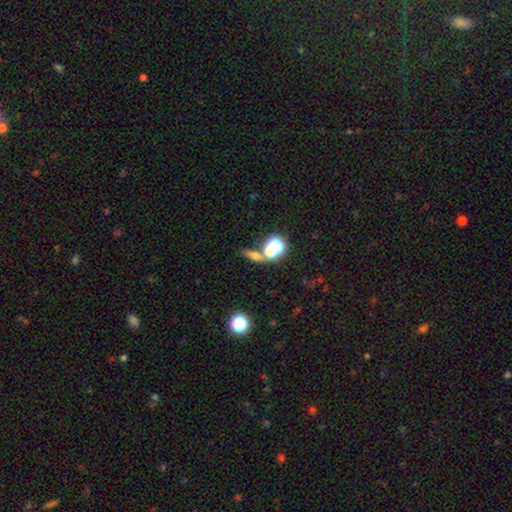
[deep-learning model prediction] Q: Smooth or featured?
A: smooth (52%); runner-up: star or artifact (25%)
Q: How rounded?
A: in between (39%); runner-up: cigar-shaped (31%)
Q: Merging?
A: none (50%); runner-up: merger (31%)